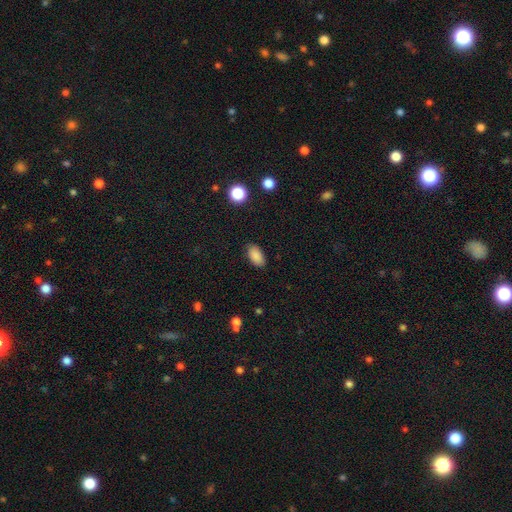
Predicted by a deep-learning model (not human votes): smooth-or-featured: smooth: 88% | star or artifact: 8% | featured or disk: 4%
  how-rounded: in between: 93% | round: 4% | cigar-shaped: 3%
  merging: none: 88% | minor disturbance: 9% | major disturbance: 2% | merger: 1%